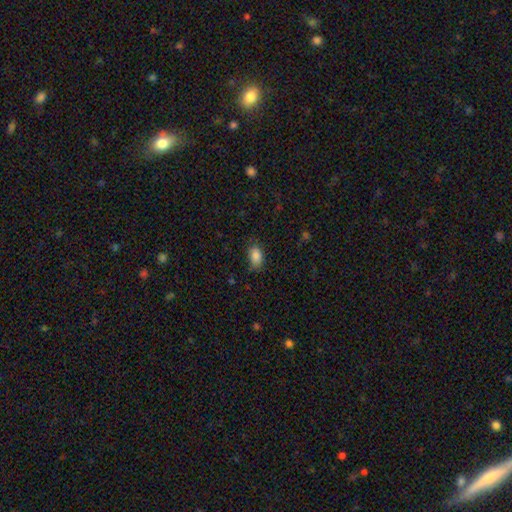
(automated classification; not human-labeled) Smooth or featured: smooth — 87% (star or artifact — 8%)
How rounded: in between — 90% (round — 8%)
Merging: none — 73% (minor disturbance — 21%)